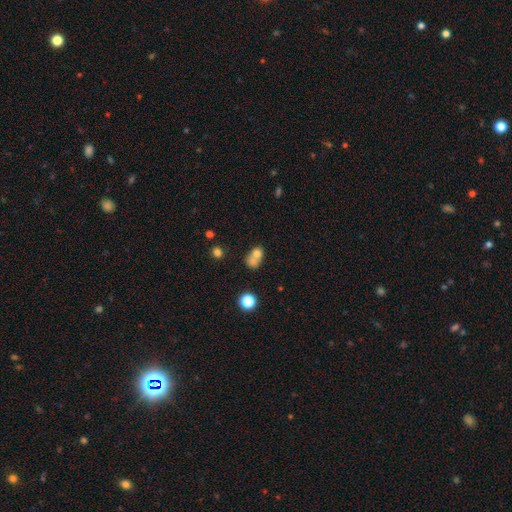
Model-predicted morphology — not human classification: type=smooth (70%); roundness=round (58%); merging=merger (58%).